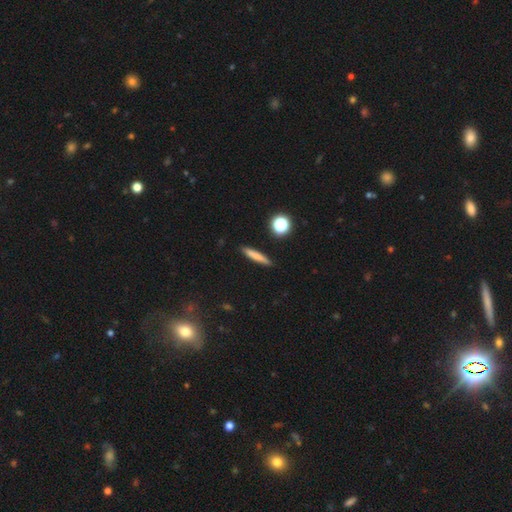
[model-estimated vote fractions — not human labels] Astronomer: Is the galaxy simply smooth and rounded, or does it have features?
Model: smooth — 73%.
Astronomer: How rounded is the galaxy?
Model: cigar-shaped — 89%.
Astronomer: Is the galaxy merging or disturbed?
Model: none — 89%.